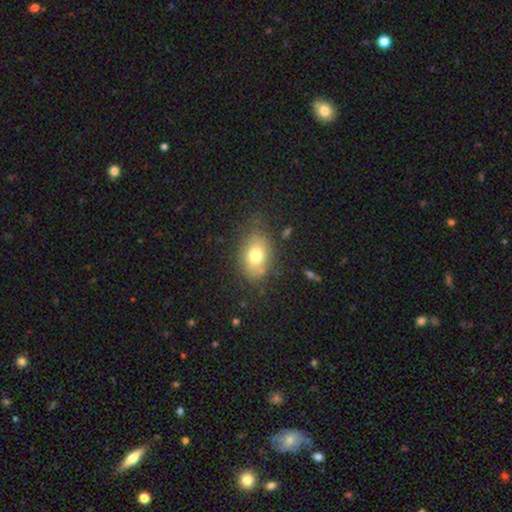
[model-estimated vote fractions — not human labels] Morphology: type=smooth (74%); roundness=in between (76%); merging=none (73%).